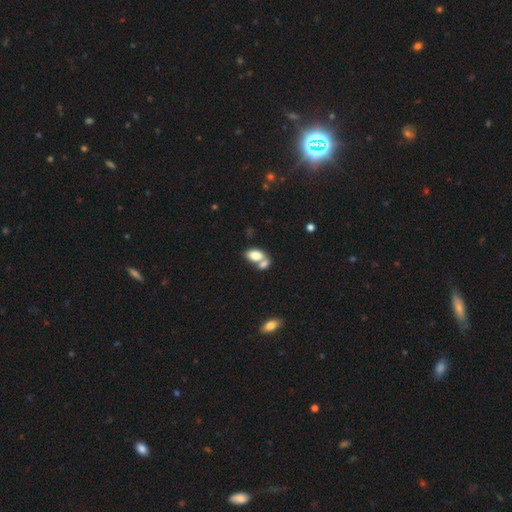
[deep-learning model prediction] A smooth galaxy with no disk features (79%) that is in between round and cigar-shaped (90%). Merging: merger (56%).